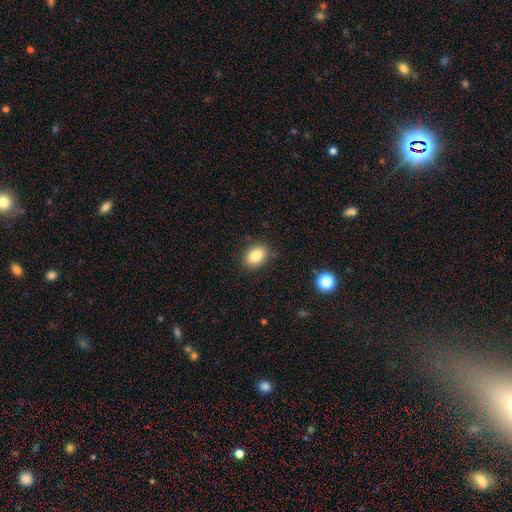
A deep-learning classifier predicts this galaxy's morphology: This appears to be a smooth galaxy with no disk features (85%) that is in between round and cigar-shaped (76%). Merging: none (86%).